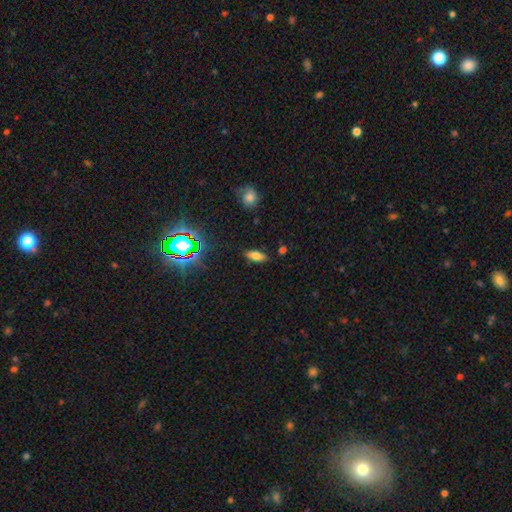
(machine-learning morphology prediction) smooth_or_featured: smooth (p=0.69) [alt: featured or disk p=0.16]
how_rounded: in between (p=0.78) [alt: cigar-shaped p=0.18]
merging: none (p=0.84) [alt: minor disturbance p=0.11]